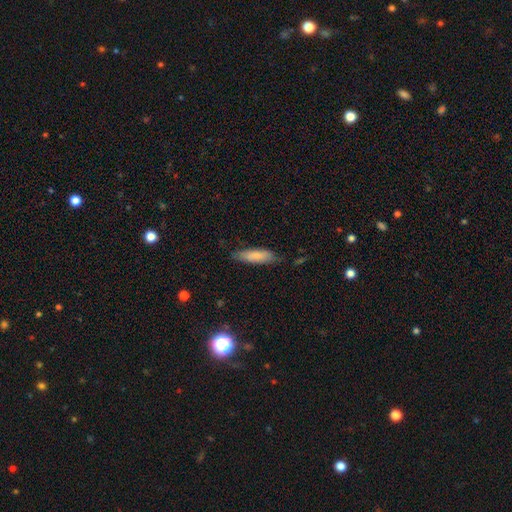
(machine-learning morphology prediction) A smooth galaxy with no disk features (79%) that is cigar-shaped (59%). Merging: none (76%).